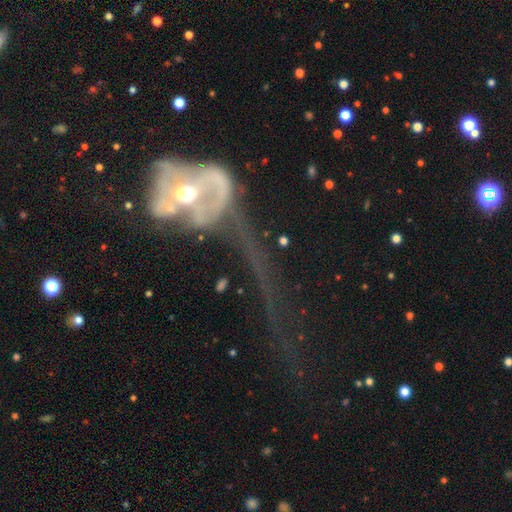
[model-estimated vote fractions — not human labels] Smooth or featured?
  - featured or disk: 66% *
  - smooth: 22%
  - star or artifact: 12%
Edge-on disk?
  - no: 82% *
  - yes: 18%
Bar?
  - no: 60% *
  - weak: 23%
  - strong: 16%
Spiral arms?
  - no: 61% *
  - yes: 39%
Bulge size?
  - moderate: 67% *
  - small: 17%
  - large: 10%
  - dominant: 3%
  - none: 3%
Merging?
  - major disturbance: 54% *
  - merger: 24%
  - none: 13%
  - minor disturbance: 9%